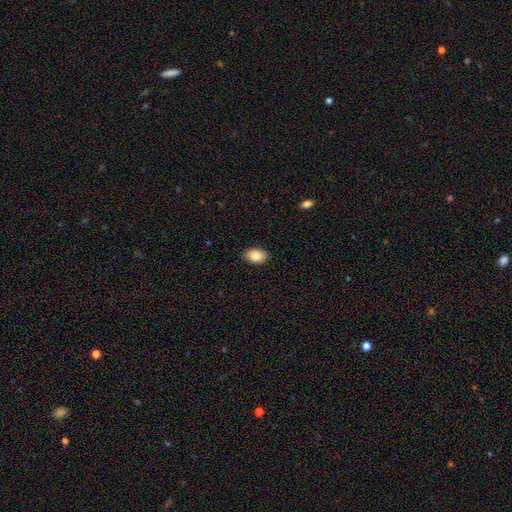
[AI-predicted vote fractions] Q: Smooth or featured?
A: smooth (87%); runner-up: star or artifact (7%)
Q: How rounded?
A: in between (89%); runner-up: round (10%)
Q: Merging?
A: none (88%); runner-up: minor disturbance (9%)